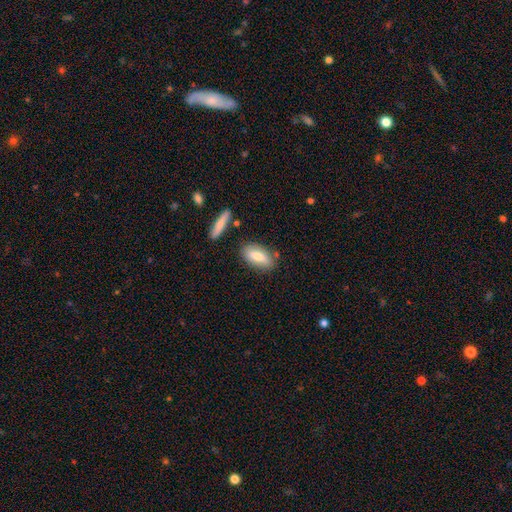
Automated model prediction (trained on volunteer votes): This is likely a smooth galaxy (74%). How rounded: likely in between (79%). Merging: likely none (77%).